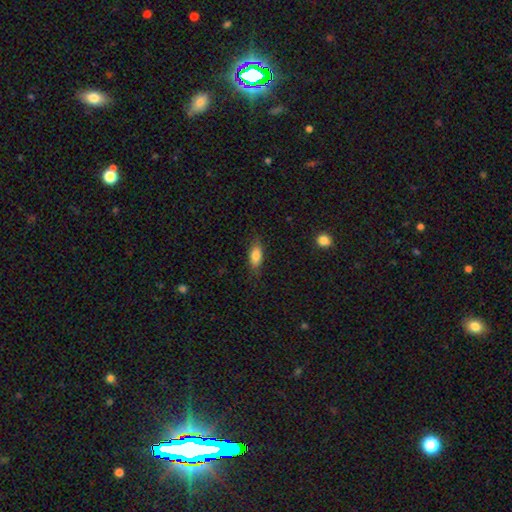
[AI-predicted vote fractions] smooth_or_featured: smooth (p=0.82) [alt: featured or disk p=0.11]
how_rounded: in between (p=0.81) [alt: cigar-shaped p=0.16]
merging: none (p=0.80) [alt: minor disturbance p=0.15]